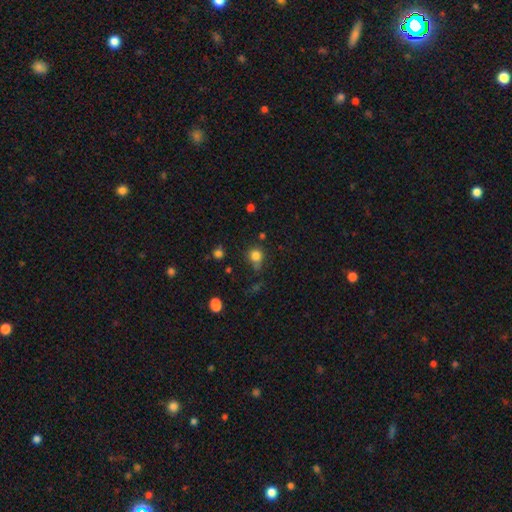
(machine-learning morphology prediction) Smooth or featured: smooth — 80% (star or artifact — 13%)
How rounded: round — 83% (in between — 16%)
Merging: none — 62% (minor disturbance — 19%)